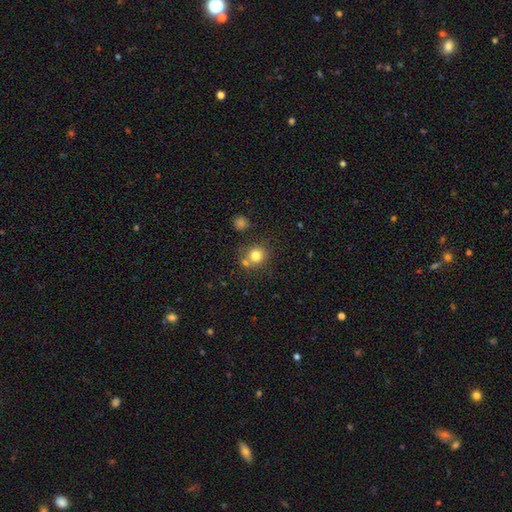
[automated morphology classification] type=smooth (78%); roundness=round (87%); merging=none (67%).